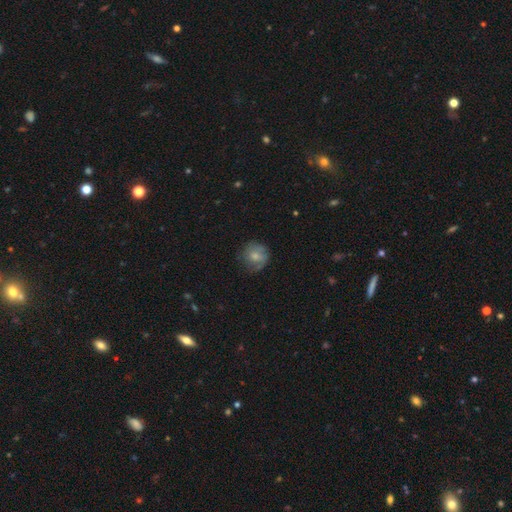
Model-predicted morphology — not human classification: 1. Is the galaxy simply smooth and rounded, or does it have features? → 59% smooth, 32% featured or disk, 9% star or artifact.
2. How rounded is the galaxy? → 83% round, 16% in between, 1% cigar-shaped.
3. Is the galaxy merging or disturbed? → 65% none, 23% minor disturbance, 10% major disturbance, 2% merger.